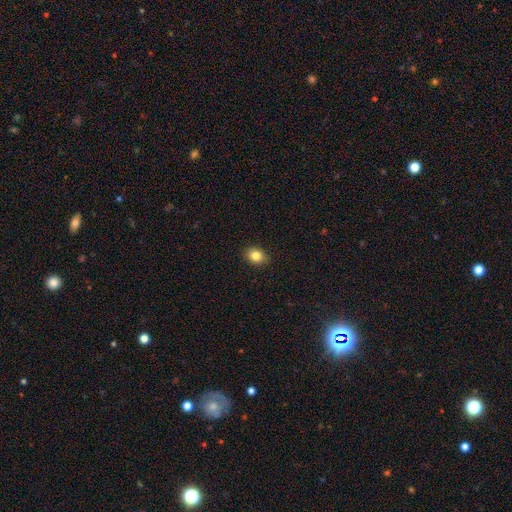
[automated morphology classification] Smooth or featured: smooth — 84% (star or artifact — 9%)
How rounded: in between — 60% (round — 39%)
Merging: none — 89% (minor disturbance — 8%)